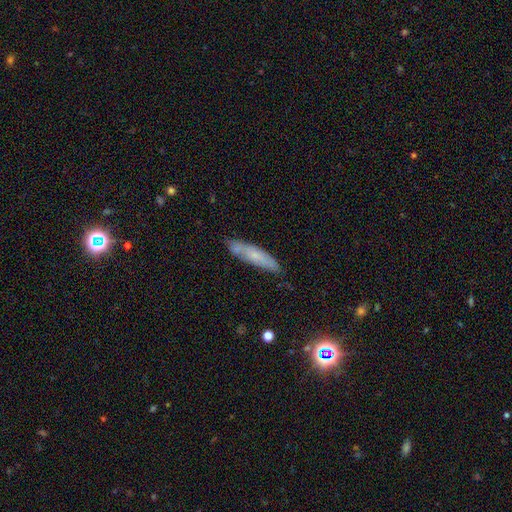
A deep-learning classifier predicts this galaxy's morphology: Smooth or featured: smooth — 59% (featured or disk — 34%)
How rounded: cigar-shaped — 75% (in between — 23%)
Merging: none — 67% (minor disturbance — 22%)